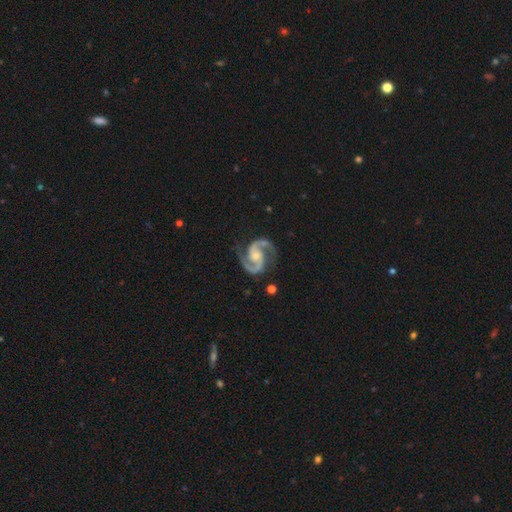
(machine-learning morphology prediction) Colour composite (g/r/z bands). It shows a featured or disk galaxy (94%) with no bar (53%), 2 (95%) medium (67%) spiral arms (99%) and a small central bulge (43%). Merging: none (80%).